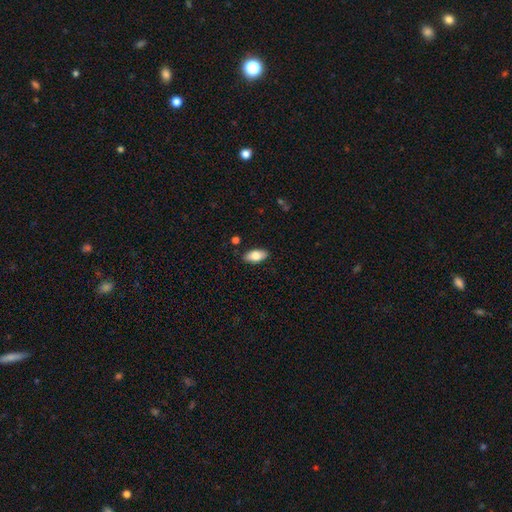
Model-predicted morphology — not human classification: smooth 79%, featured or disk 14%, star or artifact 7%. Down the decision tree: how rounded — in between (91%); merging — none (87%).